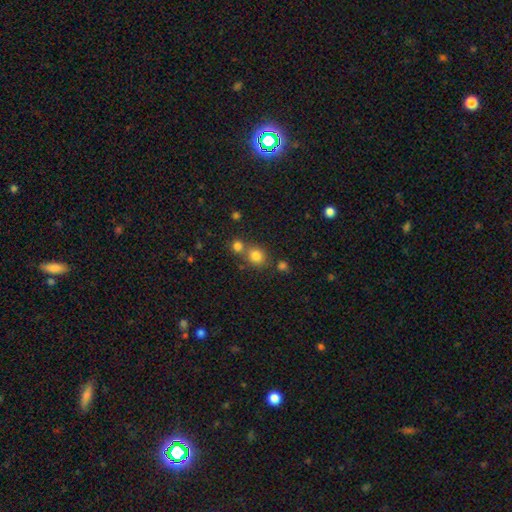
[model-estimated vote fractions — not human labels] Q: Smooth or featured?
A: smooth (80%); runner-up: star or artifact (13%)
Q: How rounded?
A: round (81%); runner-up: in between (18%)
Q: Merging?
A: none (61%); runner-up: merger (27%)